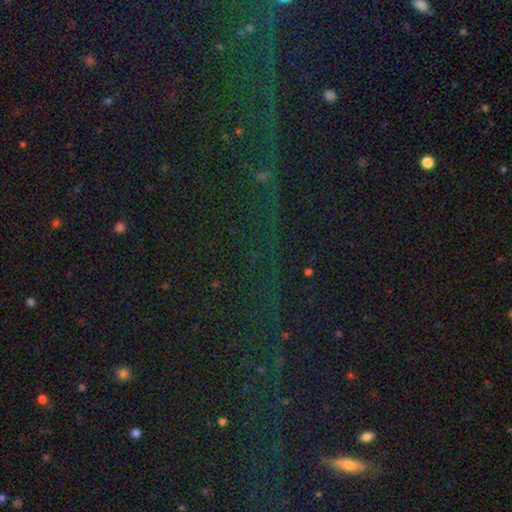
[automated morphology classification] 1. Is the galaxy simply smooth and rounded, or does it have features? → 79% star or artifact, 11% featured or disk, 10% smooth.